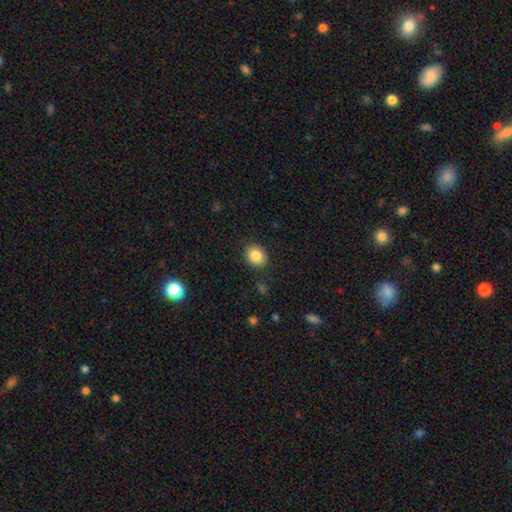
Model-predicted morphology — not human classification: Overall: smooth (85%). How rounded: round (69%; in between 30%). Merging: none (88%).